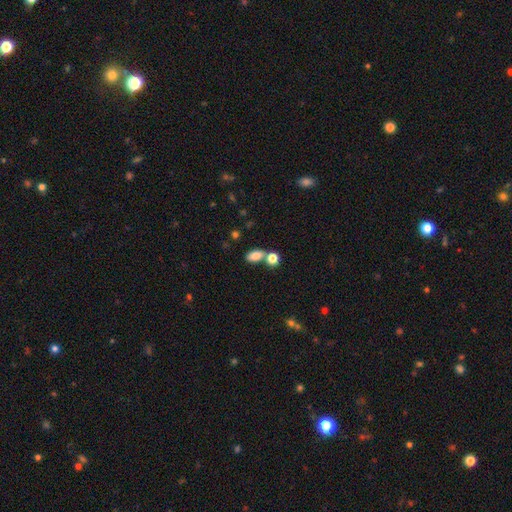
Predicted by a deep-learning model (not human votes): Smooth or featured? Predicted: smooth (p=0.83). How rounded? Predicted: in between (p=0.86). Merging? Predicted: none (p=0.49).